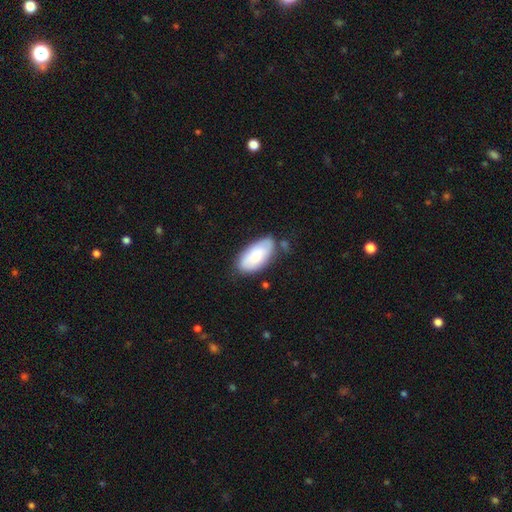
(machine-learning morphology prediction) smooth-or-featured: smooth: 77% | featured or disk: 17% | star or artifact: 6%
  how-rounded: in between: 94% | cigar-shaped: 4% | round: 2%
  merging: none: 68% | minor disturbance: 21% | merger: 6% | major disturbance: 5%